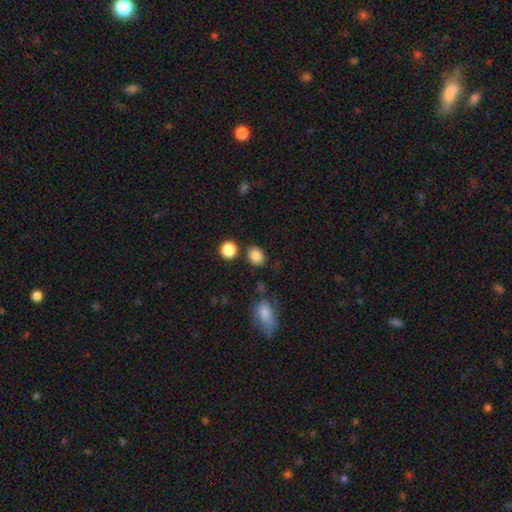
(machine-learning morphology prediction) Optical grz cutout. It shows a smooth galaxy with no disk features (85%) that is in between round and cigar-shaped (50%). Merging: none (81%).